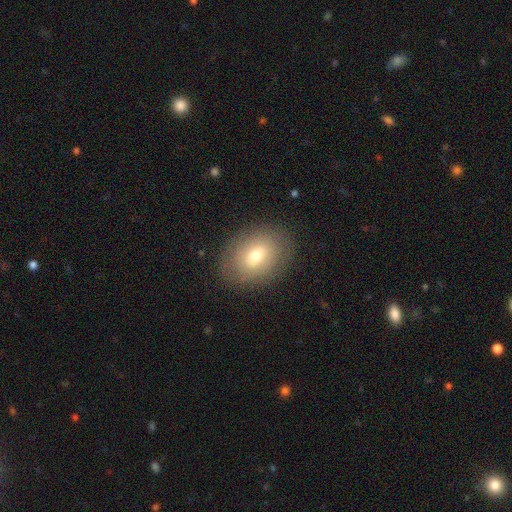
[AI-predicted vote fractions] A smooth galaxy with no disk features (66%) that is in between round and cigar-shaped (69%).

Vote fractions:
- Smooth or featured? smooth: 66% / featured or disk: 24% / star or artifact: 9%
- How rounded? in between: 69% / round: 30% / cigar-shaped: 1%
- Merging? none: 85% / minor disturbance: 10% / major disturbance: 4% / merger: 1%